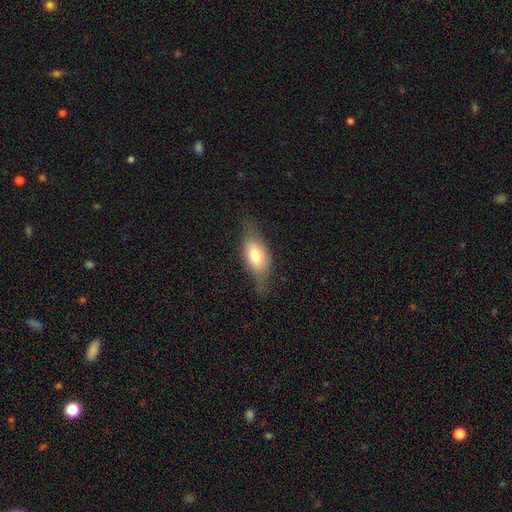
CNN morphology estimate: This is likely a smooth galaxy (61%). How rounded: likely in between (78%). Merging: likely none (63%).